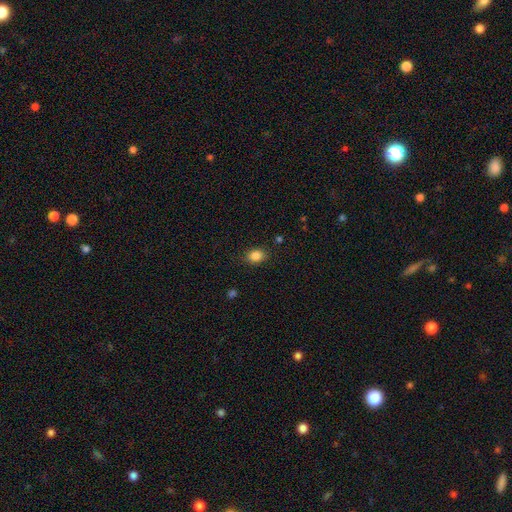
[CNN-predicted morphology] smooth 85%, star or artifact 10%, featured or disk 5%. Down the decision tree: how rounded — in between (66%); merging — none (85%).